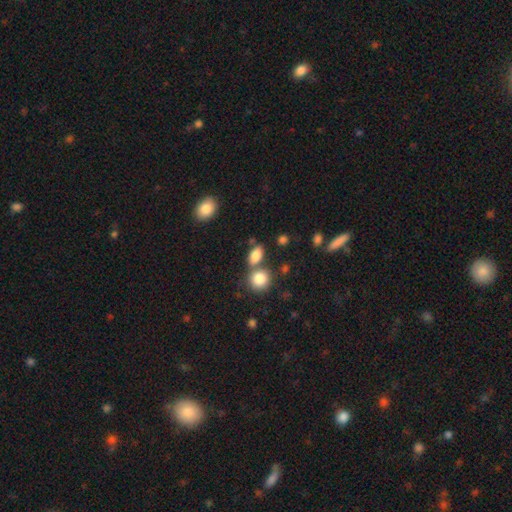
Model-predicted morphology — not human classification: Smooth or featured? smooth (84%)
How rounded? in between (80%)
Merging? none (55%)